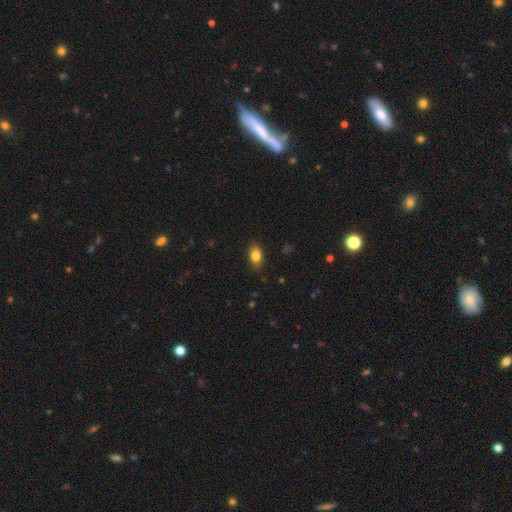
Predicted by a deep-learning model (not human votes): Overall: smooth (83%). How rounded: in between (84%). Merging: none (87%).